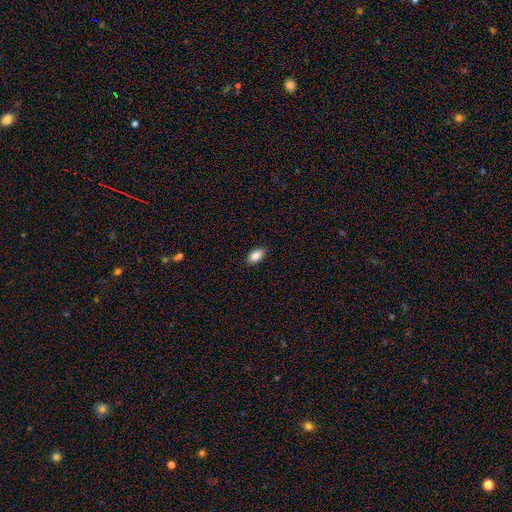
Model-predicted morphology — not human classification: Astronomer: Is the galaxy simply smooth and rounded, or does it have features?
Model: smooth — 88%.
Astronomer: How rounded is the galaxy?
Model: in between — 92%.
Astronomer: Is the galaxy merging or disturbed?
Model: none — 87%.